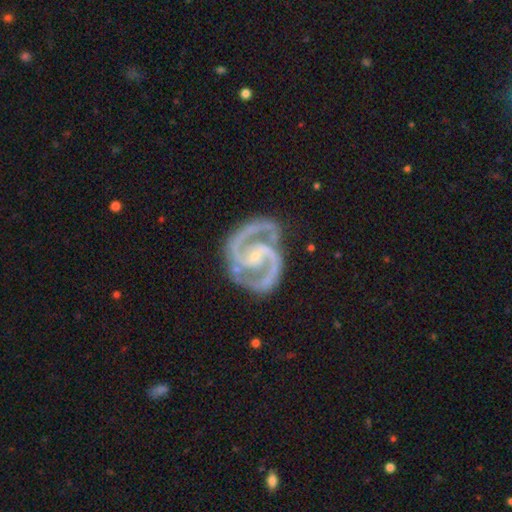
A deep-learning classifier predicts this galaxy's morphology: Smooth or featured? Predicted: featured or disk (p=0.94). Edge-on disk? Predicted: no (p=0.98). Bar? Predicted: no (p=0.42). Spiral arms? Predicted: yes (p=0.99). Spiral winding? Predicted: medium (p=0.58). Spiral arm count? Predicted: 2 (p=0.94). Bulge size? Predicted: small (p=0.78). Merging? Predicted: none (p=0.77).